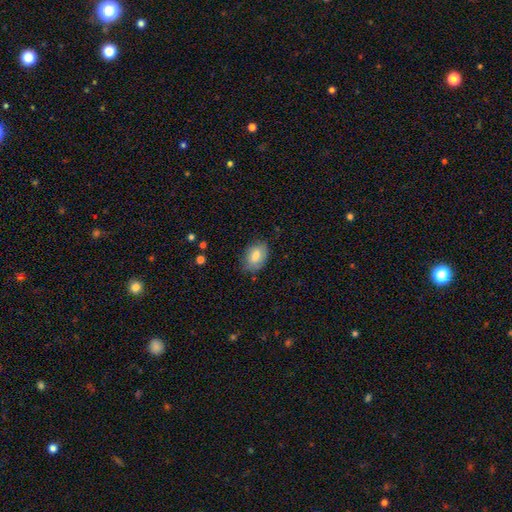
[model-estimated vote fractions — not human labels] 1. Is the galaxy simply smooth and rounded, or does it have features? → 77% smooth, 15% featured or disk, 7% star or artifact.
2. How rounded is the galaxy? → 86% in between, 13% round, 1% cigar-shaped.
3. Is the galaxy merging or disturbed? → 76% none, 19% minor disturbance, 4% major disturbance, 1% merger.